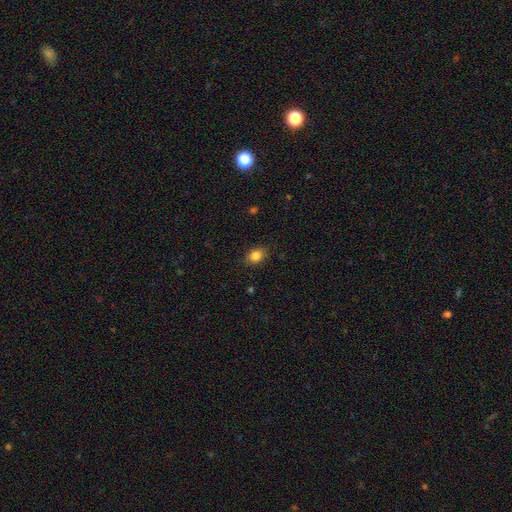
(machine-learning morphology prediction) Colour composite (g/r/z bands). It shows a smooth galaxy with no disk features (84%) that is in between round and cigar-shaped (61%). Merging: none (86%).